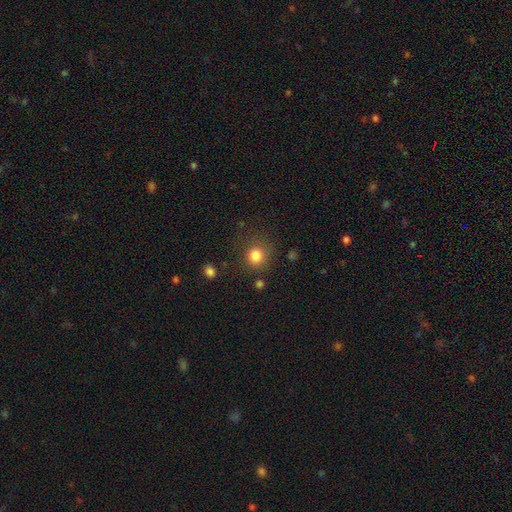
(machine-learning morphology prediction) The model was most divided on "merging": none: 79%, minor disturbance: 12%, major disturbance: 6%, merger: 4%. More confident: how rounded — round (86%); smooth or featured — smooth (82%).